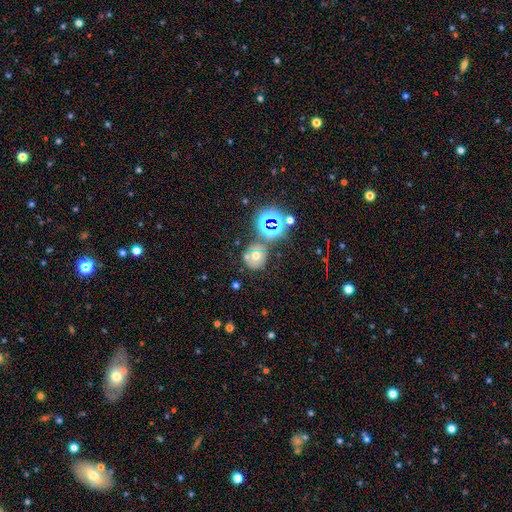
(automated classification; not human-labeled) Smooth or featured?
  - smooth: 45% *
  - star or artifact: 29%
  - featured or disk: 27%
Merging?
  - none: 57% *
  - merger: 19%
  - minor disturbance: 16%
  - major disturbance: 8%